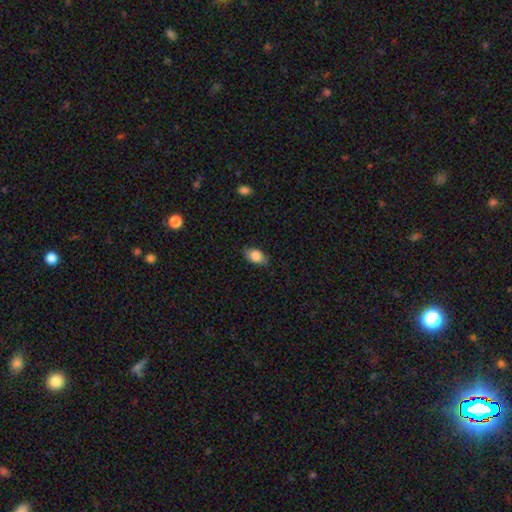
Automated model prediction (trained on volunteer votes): smooth-or-featured: smooth: 83% | featured or disk: 9% | star or artifact: 8%
  how-rounded: in between: 86% | round: 11% | cigar-shaped: 2%
  merging: none: 76% | minor disturbance: 19% | major disturbance: 4% | merger: 1%